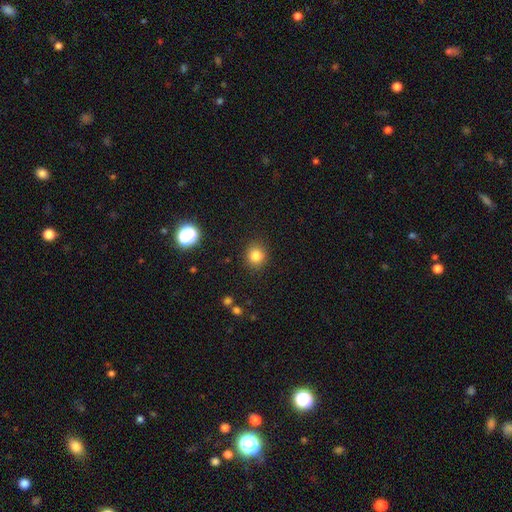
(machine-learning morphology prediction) type=smooth (83%); roundness=round (87%); merging=none (89%).